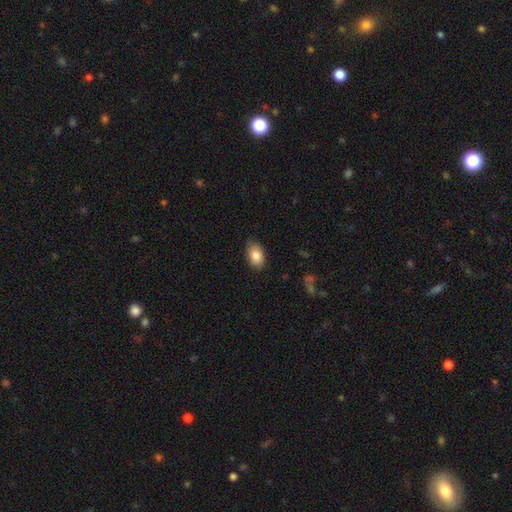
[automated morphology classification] type=smooth (86%); roundness=in between (90%); merging=none (82%).